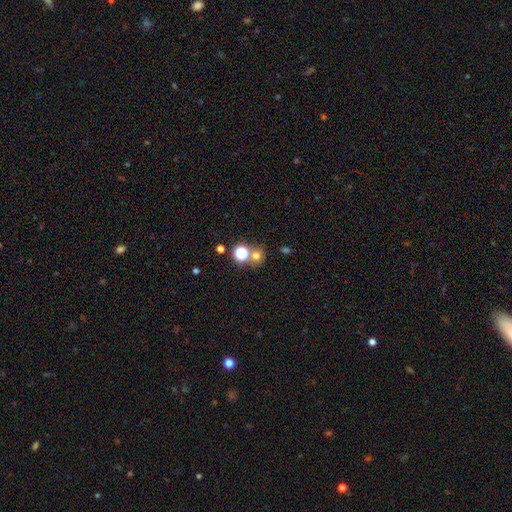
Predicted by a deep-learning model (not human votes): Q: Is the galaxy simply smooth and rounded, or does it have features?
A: smooth — 65%.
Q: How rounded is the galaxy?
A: round — 83%.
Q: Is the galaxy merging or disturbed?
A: none — 63%.